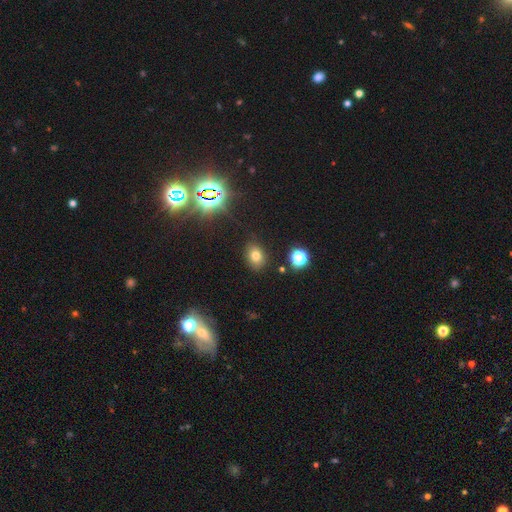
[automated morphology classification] This is likely a smooth galaxy (71%). How rounded: likely in between (61%). Merging: clearly none (84%).